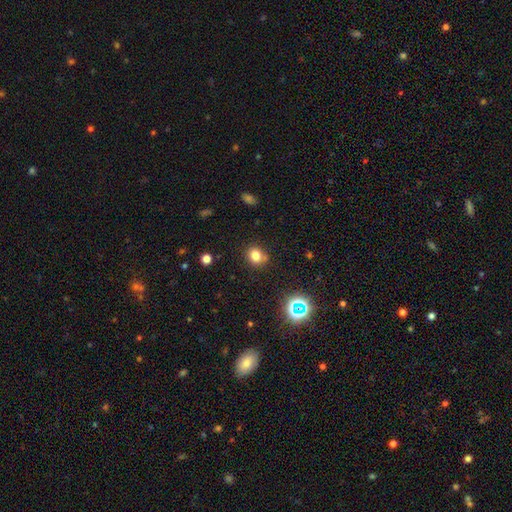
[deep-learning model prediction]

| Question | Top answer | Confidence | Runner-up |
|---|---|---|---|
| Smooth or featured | smooth | 78% | star or artifact (15%) |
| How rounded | round | 68% | in between (31%) |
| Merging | none | 74% | minor disturbance (13%) |